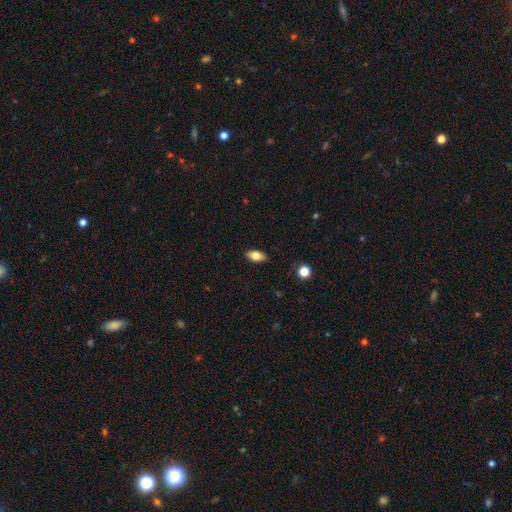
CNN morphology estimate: smooth-or-featured: smooth: 80% | featured or disk: 12% | star or artifact: 8%
  how-rounded: in between: 90% | round: 6% | cigar-shaped: 4%
  merging: none: 88% | minor disturbance: 9% | major disturbance: 2% | merger: 1%